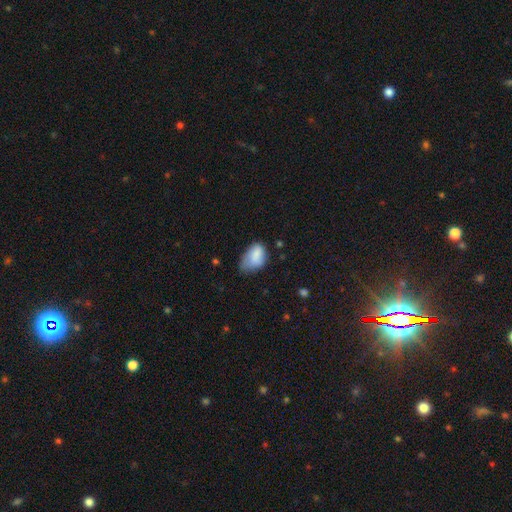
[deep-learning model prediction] This appears to be a smooth galaxy with no disk features (82%) that is in between round and cigar-shaped (87%). Merging: minor disturbance (47%).